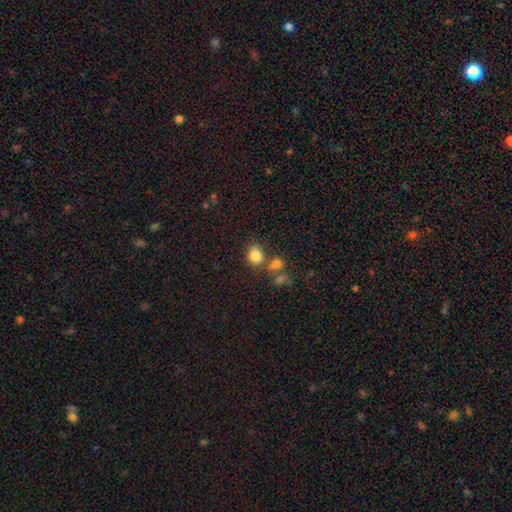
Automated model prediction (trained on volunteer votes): Smooth or featured: smooth — 81% (star or artifact — 12%)
How rounded: round — 62% (in between — 37%)
Merging: none — 59% (merger — 20%)